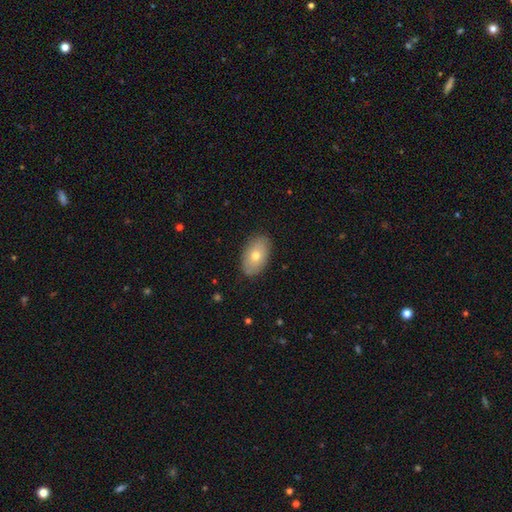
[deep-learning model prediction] smooth 70%, featured or disk 22%, star or artifact 7%. Down the decision tree: how rounded — in between (92%); merging — none (86%).